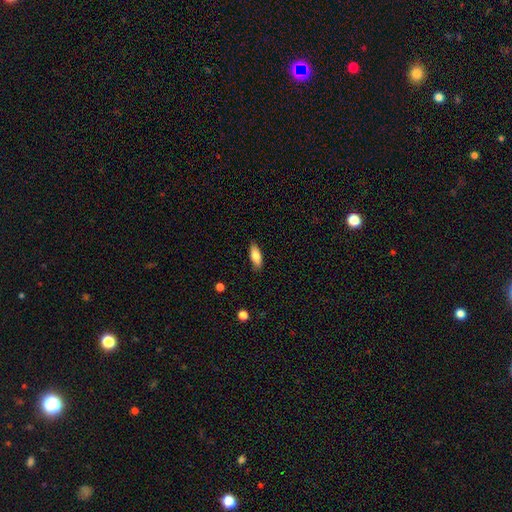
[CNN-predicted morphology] Overall: smooth (79%). How rounded: in between (77%). Merging: none (85%).